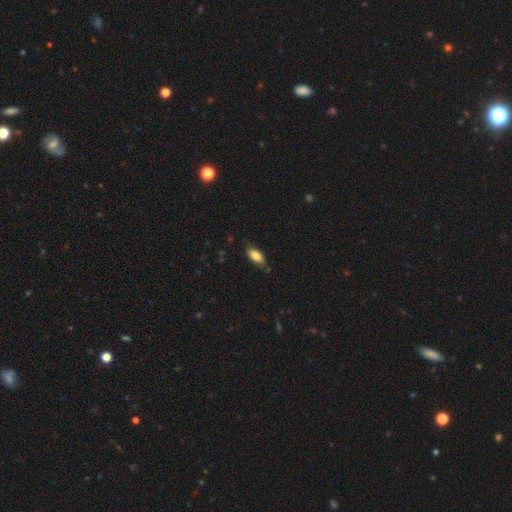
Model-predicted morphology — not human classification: smooth_or_featured: smooth (p=0.79) [alt: featured or disk p=0.14]
how_rounded: in between (p=0.86) [alt: cigar-shaped p=0.11]
merging: none (p=0.74) [alt: minor disturbance p=0.20]